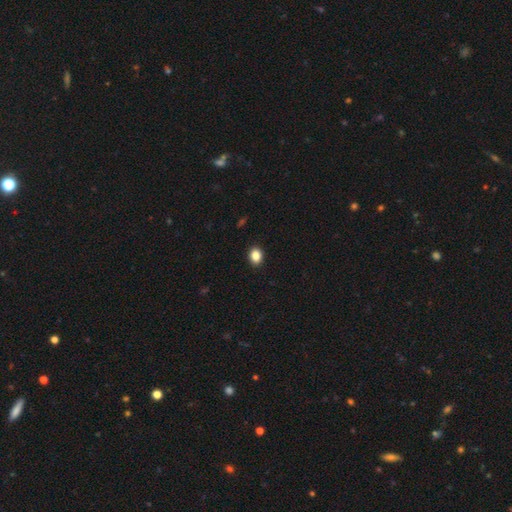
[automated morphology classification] This is clearly a smooth galaxy (86%). How rounded: possibly in between (50%). Merging: clearly none (91%).